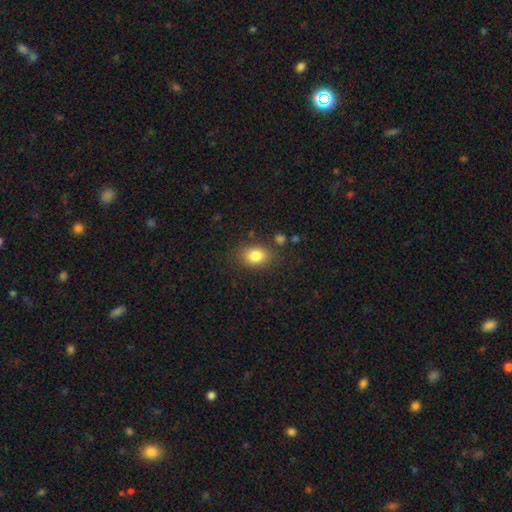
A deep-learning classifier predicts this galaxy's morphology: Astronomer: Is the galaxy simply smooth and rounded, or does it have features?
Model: smooth — 83%.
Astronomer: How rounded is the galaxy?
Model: in between — 65%.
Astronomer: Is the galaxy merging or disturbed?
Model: none — 80%.